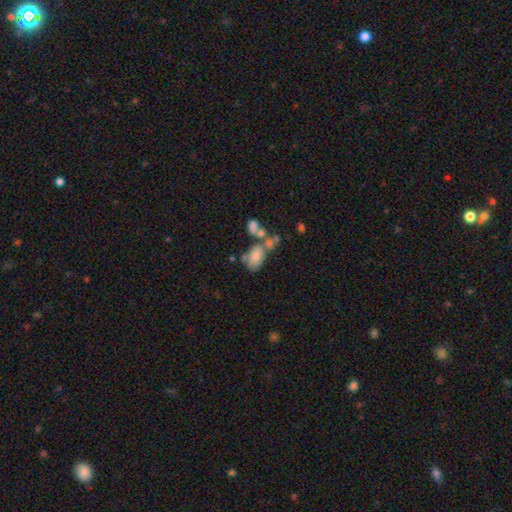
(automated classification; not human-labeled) Smooth or featured: smooth — 70% (featured or disk — 21%)
How rounded: in between — 87% (round — 11%)
Merging: merger — 43% (none — 28%)